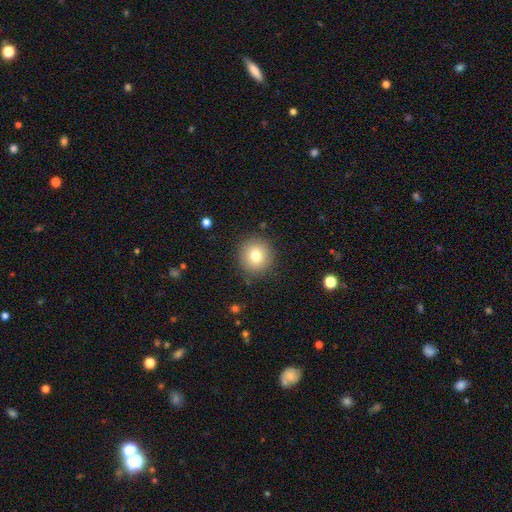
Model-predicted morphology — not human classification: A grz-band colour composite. It shows a smooth galaxy with no disk features (77%) that is round (92%). Merging: none (88%).